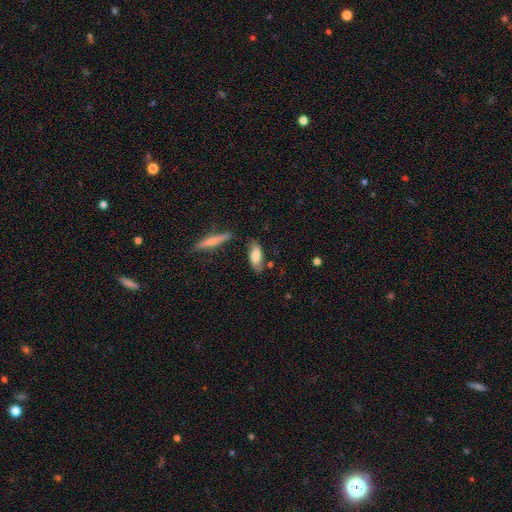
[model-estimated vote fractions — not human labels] Q: Smooth or featured?
A: smooth (71%); runner-up: featured or disk (22%)
Q: How rounded?
A: in between (75%); runner-up: cigar-shaped (23%)
Q: Merging?
A: none (70%); runner-up: minor disturbance (20%)